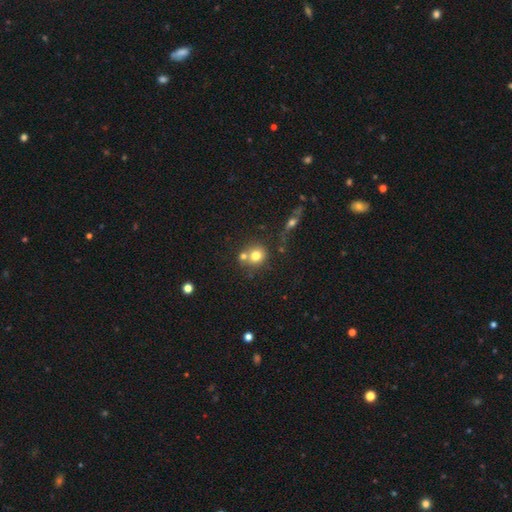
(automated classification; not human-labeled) smooth_or_featured: smooth (p=0.75) [alt: featured or disk p=0.13]
how_rounded: round (p=0.85) [alt: in between p=0.14]
merging: none (p=0.55) [alt: merger p=0.32]